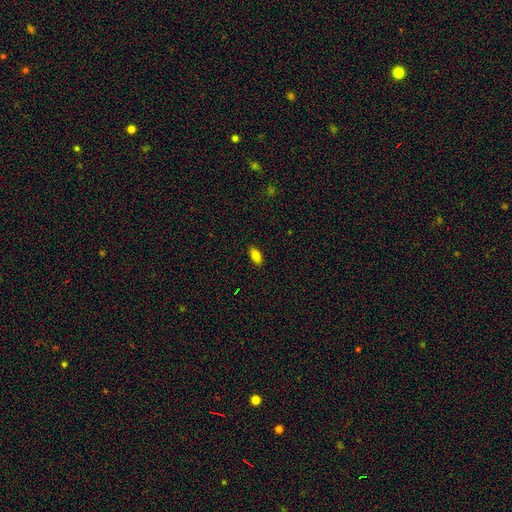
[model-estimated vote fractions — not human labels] Smooth or featured? Predicted: smooth (p=0.83). How rounded? Predicted: in between (p=0.88). Merging? Predicted: none (p=0.89).